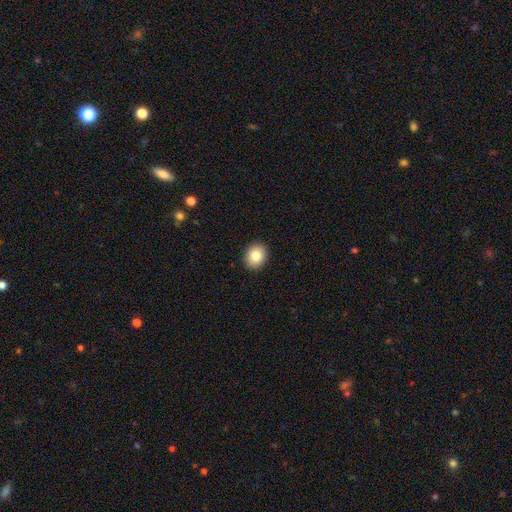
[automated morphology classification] This is clearly a smooth galaxy (83%). How rounded: likely round (65%). Merging: clearly none (92%).